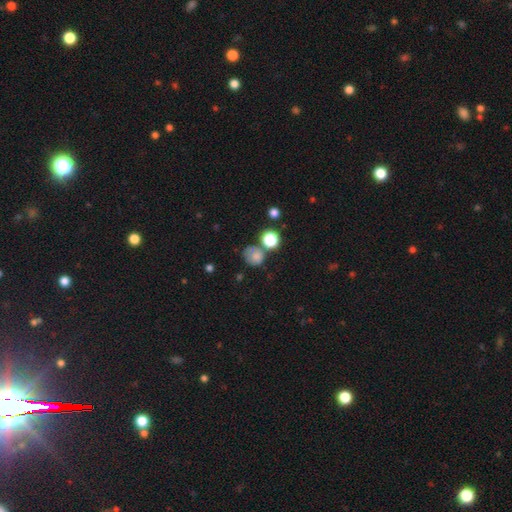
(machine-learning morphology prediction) A smooth galaxy with no disk features (74%) that is round (76%).

Vote fractions:
- Smooth or featured? smooth: 74% / star or artifact: 14% / featured or disk: 12%
- How rounded? round: 76% / in between: 23% / cigar-shaped: 1%
- Merging? none: 48% / minor disturbance: 22% / merger: 18% / major disturbance: 12%